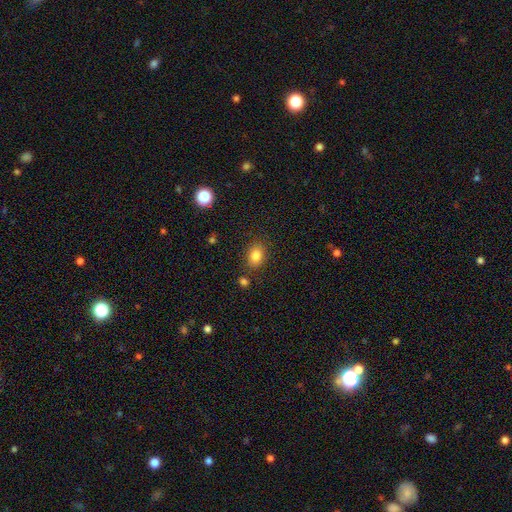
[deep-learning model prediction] This is clearly a smooth galaxy (83%). How rounded: possibly in between (59%). Merging: clearly none (80%).